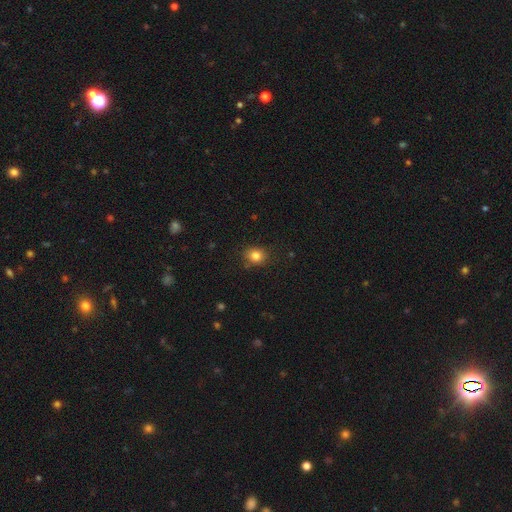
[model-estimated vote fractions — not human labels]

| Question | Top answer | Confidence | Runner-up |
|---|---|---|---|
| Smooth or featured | smooth | 83% | star or artifact (11%) |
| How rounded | round | 70% | in between (29%) |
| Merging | none | 82% | minor disturbance (13%) |